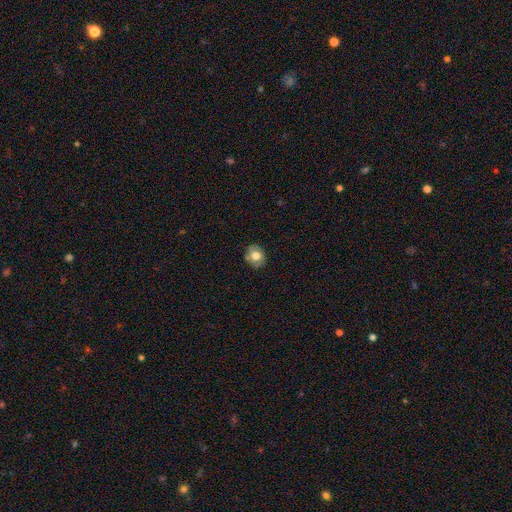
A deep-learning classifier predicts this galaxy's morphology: A smooth galaxy with no disk features (71%) that is round (62%).

Vote fractions:
- Smooth or featured? smooth: 71% / featured or disk: 20% / star or artifact: 10%
- How rounded? round: 62% / in between: 37% / cigar-shaped: 1%
- Merging? none: 81% / minor disturbance: 14% / major disturbance: 3% / merger: 2%